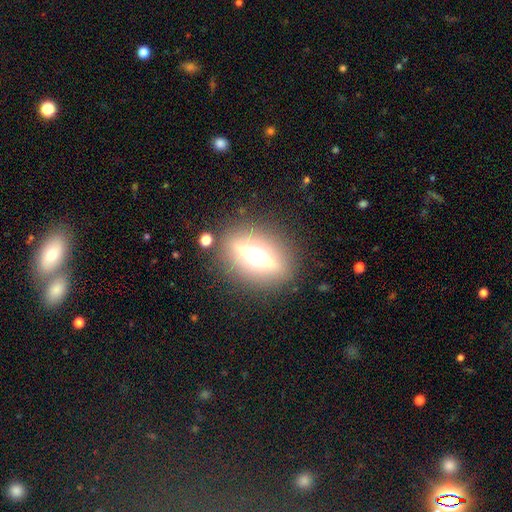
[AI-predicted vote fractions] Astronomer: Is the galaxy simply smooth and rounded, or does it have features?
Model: featured or disk — 64%.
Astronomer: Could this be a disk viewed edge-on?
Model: yes — 86%.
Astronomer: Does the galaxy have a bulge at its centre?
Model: rounded — 89%.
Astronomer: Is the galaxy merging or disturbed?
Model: none — 83%.